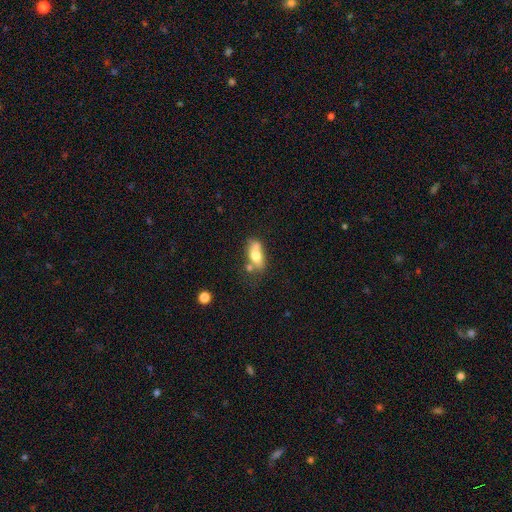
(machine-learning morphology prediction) A smooth galaxy with no disk features (61%) that is in between round and cigar-shaped (79%). Merging: none (42%).